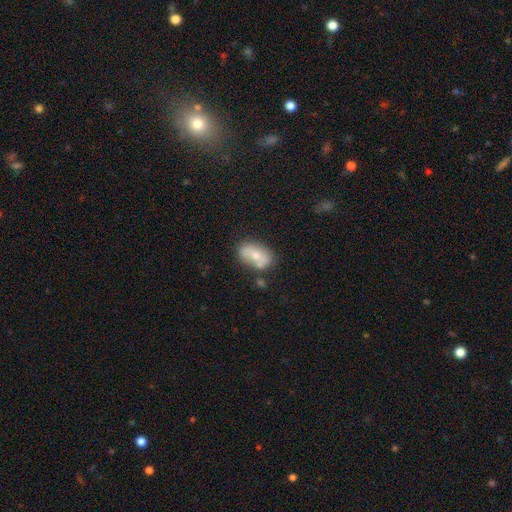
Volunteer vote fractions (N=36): A smooth galaxy with no disk features (69%) that is in between round and cigar-shaped (92%).

Vote fractions:
- Smooth or featured? smooth: 69% / featured or disk: 31% / star or artifact: 0%
- How rounded? in between: 92% / round: 8% / cigar-shaped: 0%
- Merging? none: 53% / minor disturbance: 22% / merger: 22% / major disturbance: 3%